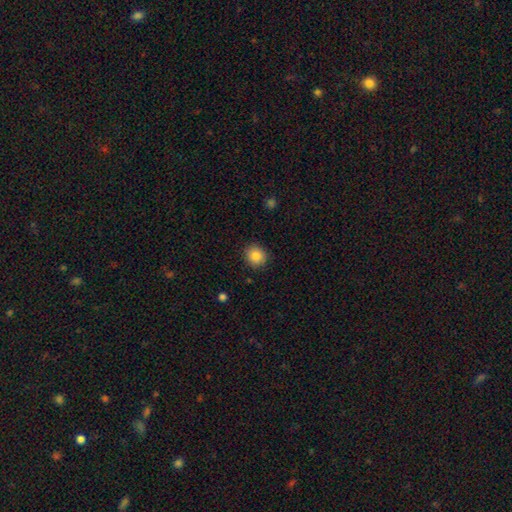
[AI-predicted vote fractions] Q: Smooth or featured?
A: smooth (85%); runner-up: star or artifact (9%)
Q: How rounded?
A: round (87%); runner-up: in between (12%)
Q: Merging?
A: none (90%); runner-up: minor disturbance (7%)